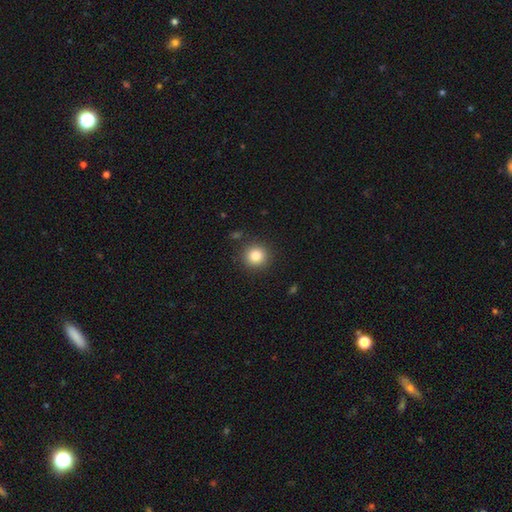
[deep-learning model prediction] Smooth or featured?
  - smooth: 83% *
  - star or artifact: 10%
  - featured or disk: 6%
How rounded?
  - round: 93% *
  - in between: 6%
  - cigar-shaped: 1%
Merging?
  - none: 89% *
  - minor disturbance: 7%
  - major disturbance: 2%
  - merger: 2%